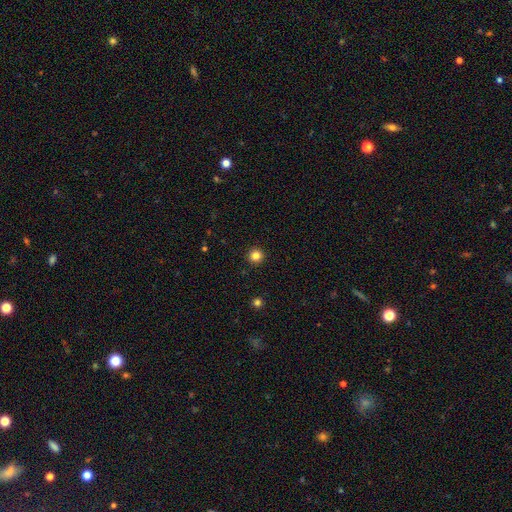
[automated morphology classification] This is clearly a smooth galaxy (84%). How rounded: clearly round (96%). Merging: clearly none (94%).